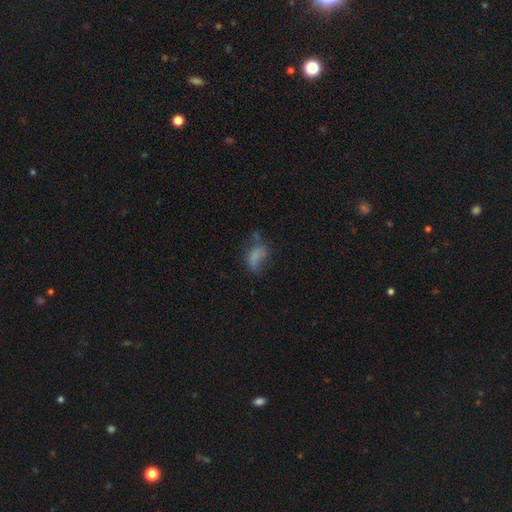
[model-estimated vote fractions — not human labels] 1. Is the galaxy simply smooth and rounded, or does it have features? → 63% smooth, 23% featured or disk, 14% star or artifact.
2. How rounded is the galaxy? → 86% in between, 10% round, 4% cigar-shaped.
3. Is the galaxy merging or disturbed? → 36% none, 28% major disturbance, 27% minor disturbance, 8% merger.